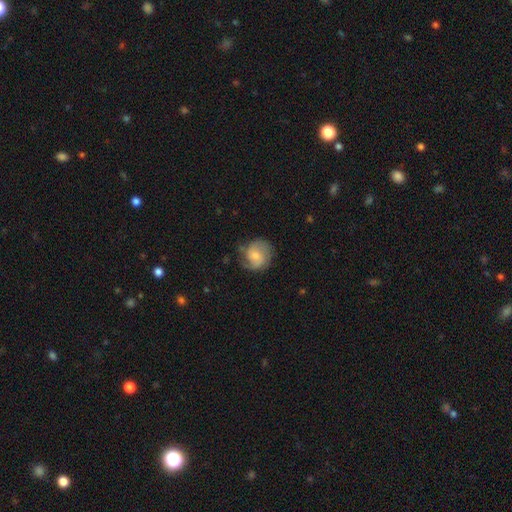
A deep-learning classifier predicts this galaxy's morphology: featured or disk 57%, smooth 36%, star or artifact 7%. Down the decision tree: edge-on disk — no (98%); bar — no (59%); spiral arms — yes (89%); bulge size — small (46%); merging — none (64%).